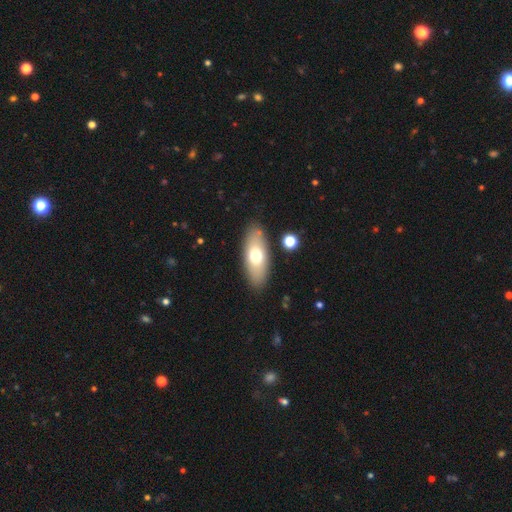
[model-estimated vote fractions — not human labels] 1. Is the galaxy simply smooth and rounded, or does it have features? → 66% smooth, 27% featured or disk, 7% star or artifact.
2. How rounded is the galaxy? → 80% in between, 17% cigar-shaped, 3% round.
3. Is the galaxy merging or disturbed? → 86% none, 9% minor disturbance, 3% major disturbance, 2% merger.